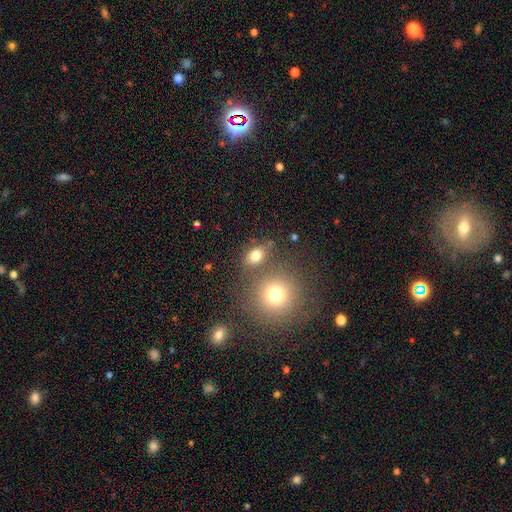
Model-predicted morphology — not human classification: Overall: smooth (75%). How rounded: in between (63%; round 35%). Merging: none (66%).